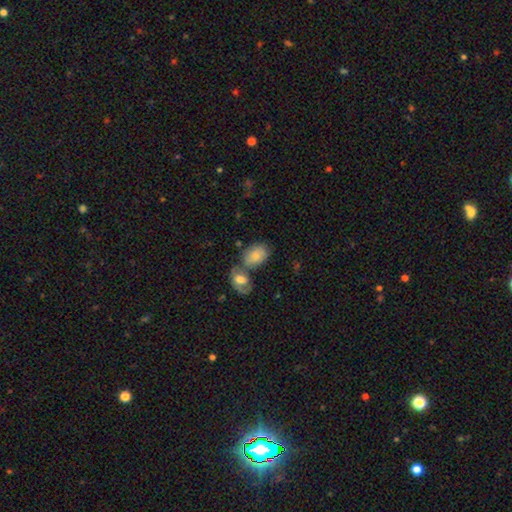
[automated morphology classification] This is likely a smooth galaxy (77%). How rounded: clearly in between (84%). Merging: marginally merger (41%).